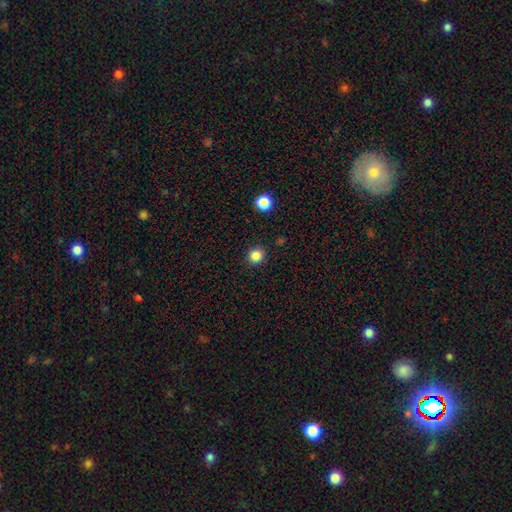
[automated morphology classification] smooth-or-featured: smooth: 84% | star or artifact: 12% | featured or disk: 4%
  how-rounded: round: 91% | in between: 8% | cigar-shaped: 1%
  merging: none: 92% | minor disturbance: 5% | major disturbance: 2% | merger: 1%